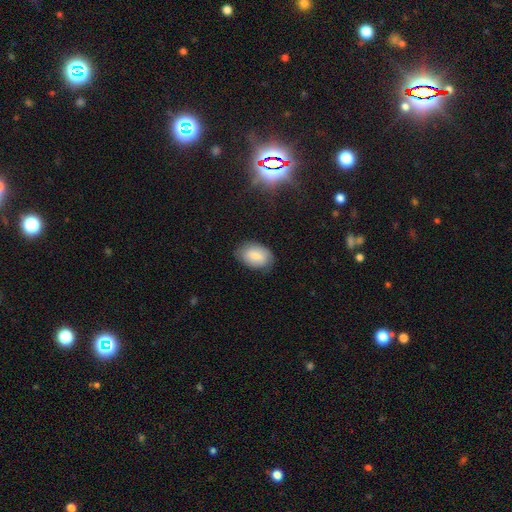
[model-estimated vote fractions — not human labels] This is likely a smooth galaxy (78%). How rounded: clearly in between (87%). Merging: likely none (79%).